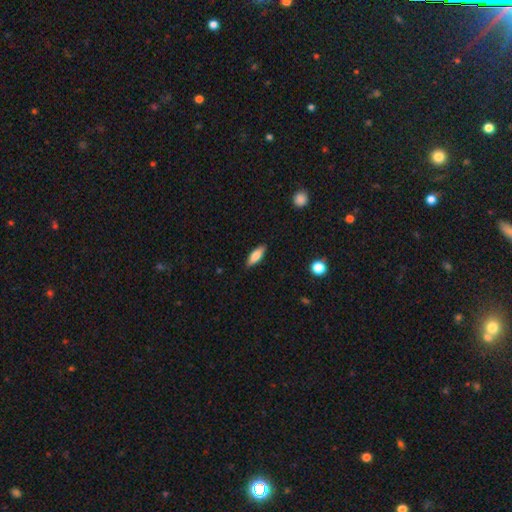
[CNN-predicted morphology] Smooth or featured?
  - smooth: 75% *
  - featured or disk: 18%
  - star or artifact: 7%
How rounded?
  - in between: 59% *
  - cigar-shaped: 39%
  - round: 2%
Merging?
  - none: 88% *
  - minor disturbance: 9%
  - major disturbance: 2%
  - merger: 1%